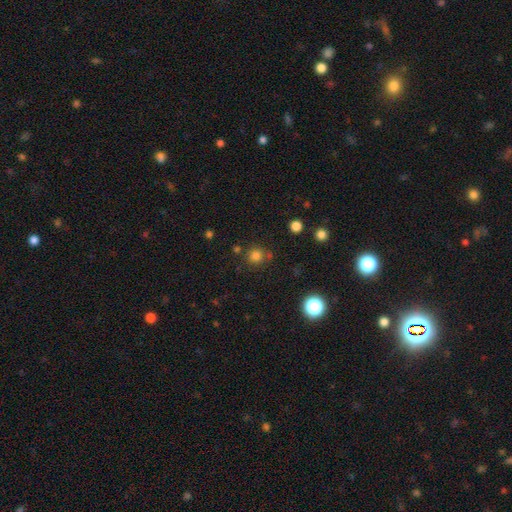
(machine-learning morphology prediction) Overall: smooth (78%). How rounded: round (91%). Merging: none (77%).